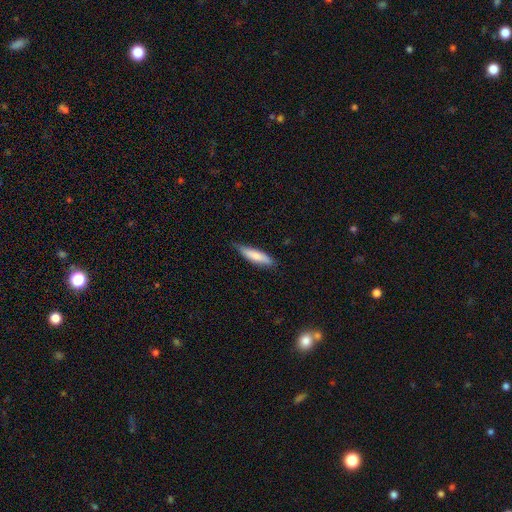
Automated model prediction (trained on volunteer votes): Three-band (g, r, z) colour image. It shows a smooth galaxy with no disk features (78%) that is cigar-shaped (66%). Merging: none (71%).